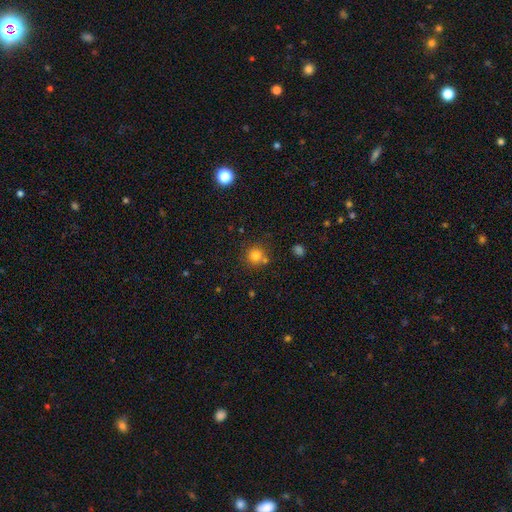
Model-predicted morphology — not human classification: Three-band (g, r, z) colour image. It shows a smooth galaxy with no disk features (79%) that is round (92%). Merging: none (70%).